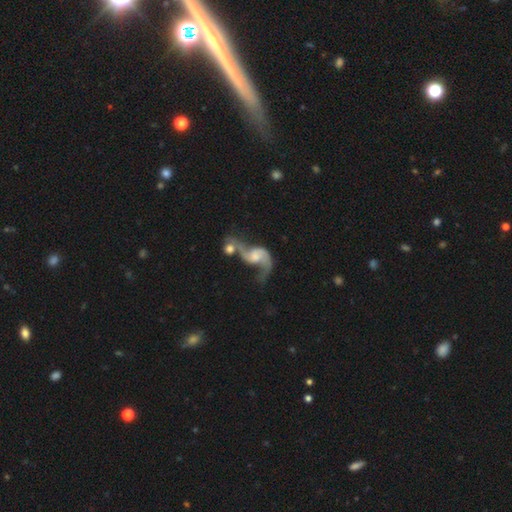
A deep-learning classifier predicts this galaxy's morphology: smooth_or_featured: featured or disk (p=0.86) [alt: smooth p=0.09]
disk_edge_on: no (p=0.97) [alt: yes p=0.03]
bar: no (p=0.52) [alt: weak p=0.39]
has_spiral_arms: yes (p=0.95) [alt: no p=0.05]
spiral_winding: loose (p=0.77) [alt: medium p=0.19]
spiral_arm_count: 2 (p=0.88) [alt: 1 p=0.06]
bulge_size: moderate (p=0.34) [alt: small p=0.30]
merging: merger (p=0.46) [alt: none p=0.26]